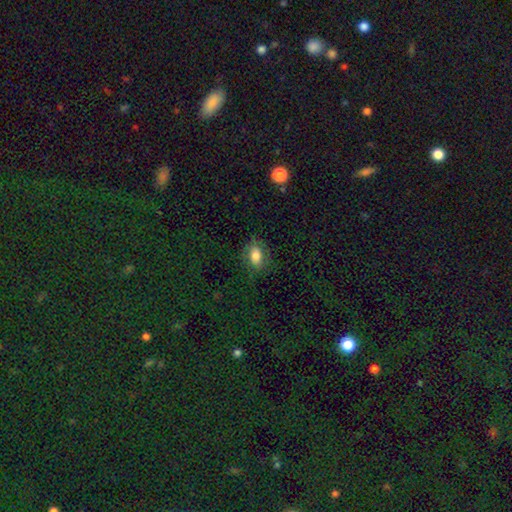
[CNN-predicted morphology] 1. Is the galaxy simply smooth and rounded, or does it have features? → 77% smooth, 13% featured or disk, 10% star or artifact.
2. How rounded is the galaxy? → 82% in between, 15% round, 3% cigar-shaped.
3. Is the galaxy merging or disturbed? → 75% none, 17% minor disturbance, 7% major disturbance, 1% merger.